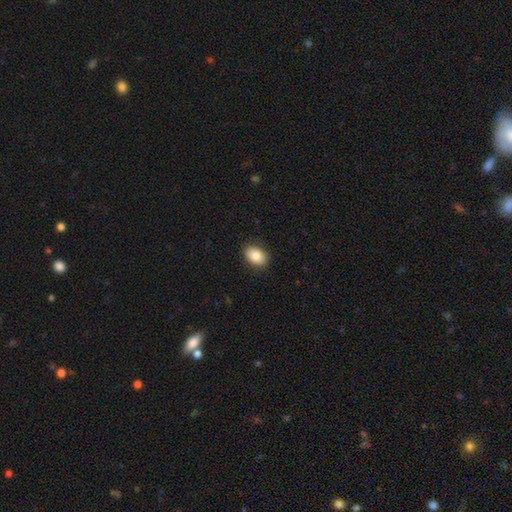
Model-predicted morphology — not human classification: smooth-or-featured: smooth: 86% | star or artifact: 7% | featured or disk: 7%
  how-rounded: in between: 82% | round: 17% | cigar-shaped: 1%
  merging: none: 88% | minor disturbance: 9% | major disturbance: 2% | merger: 1%